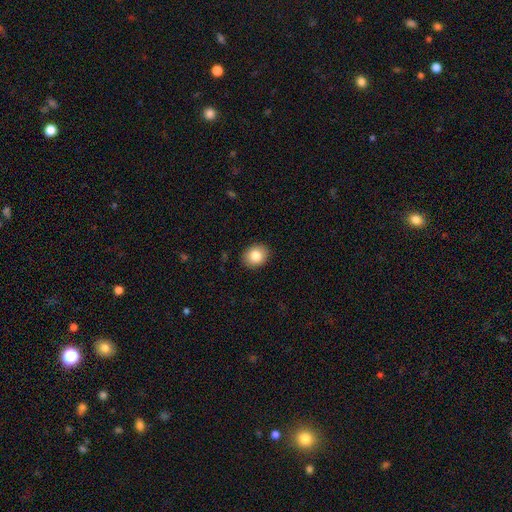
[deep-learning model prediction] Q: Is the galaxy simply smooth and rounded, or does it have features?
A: smooth — 83%.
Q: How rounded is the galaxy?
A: round — 58%.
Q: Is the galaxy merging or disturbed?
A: none — 90%.